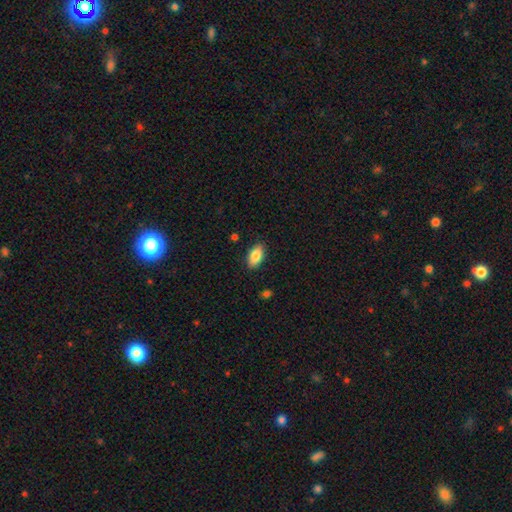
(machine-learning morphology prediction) Smooth or featured?
  - smooth: 86% *
  - featured or disk: 7%
  - star or artifact: 7%
How rounded?
  - in between: 92% *
  - round: 4%
  - cigar-shaped: 4%
Merging?
  - none: 87% *
  - minor disturbance: 10%
  - major disturbance: 2%
  - merger: 1%